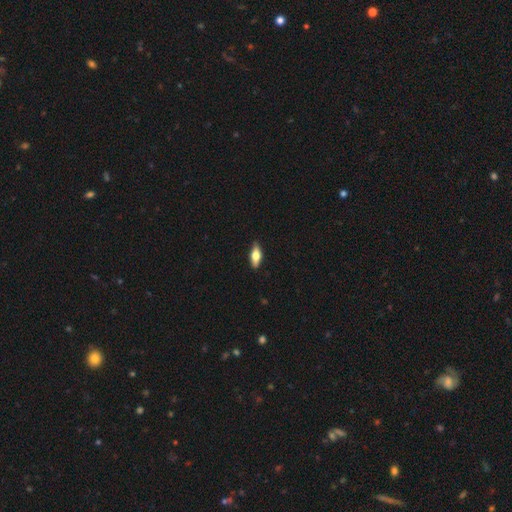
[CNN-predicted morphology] smooth_or_featured: smooth (p=0.57) [alt: featured or disk p=0.36]
how_rounded: in between (p=0.71) [alt: cigar-shaped p=0.25]
merging: none (p=0.87) [alt: minor disturbance p=0.10]